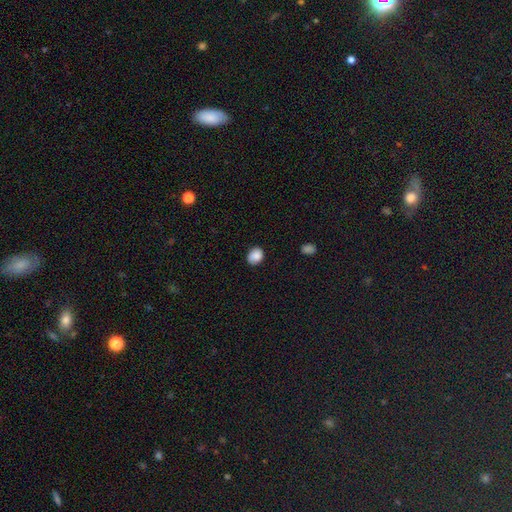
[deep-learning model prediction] Smooth or featured? Predicted: smooth (p=0.87). How rounded? Predicted: round (p=0.54). Merging? Predicted: none (p=0.81).